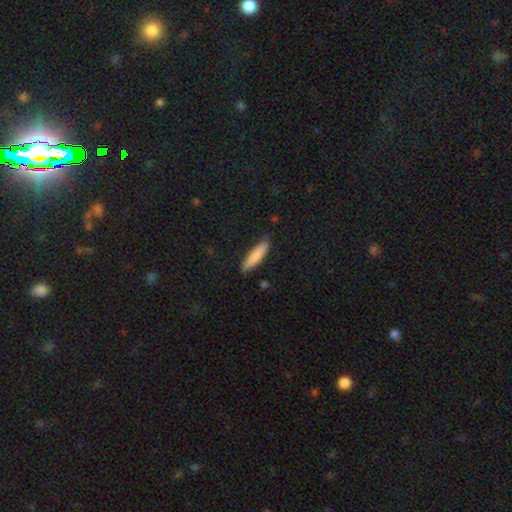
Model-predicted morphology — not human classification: This is clearly a smooth galaxy (82%). How rounded: clearly cigar-shaped (83%). Merging: clearly none (84%).